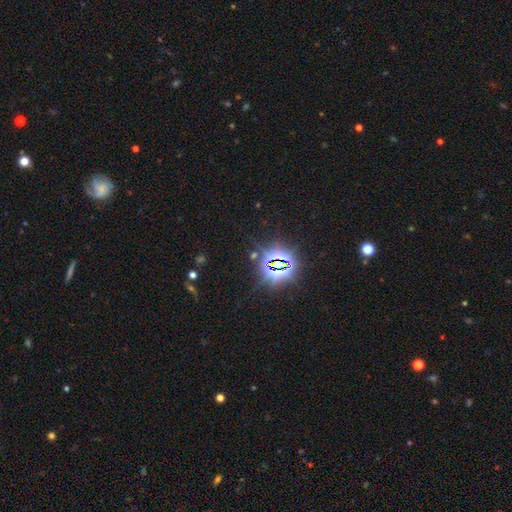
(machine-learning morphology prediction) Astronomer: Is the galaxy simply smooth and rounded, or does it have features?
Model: star or artifact — 82%.